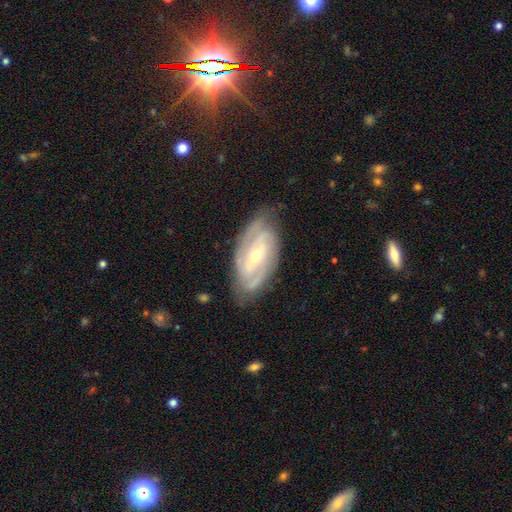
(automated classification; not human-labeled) featured or disk 86%, smooth 9%, star or artifact 5%. Down the decision tree: edge-on disk — no (94%); bar — weak (41%); spiral arms — yes (95%); spiral arm count — 2 (56%); spiral winding — tight (52%); bulge size — small (51%); merging — none (76%).